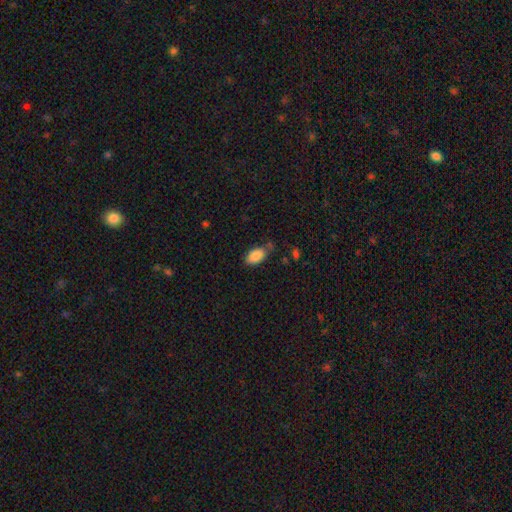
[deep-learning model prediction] This appears to be a smooth galaxy with no disk features (88%) that is in between round and cigar-shaped (93%). Merging: none (71%).